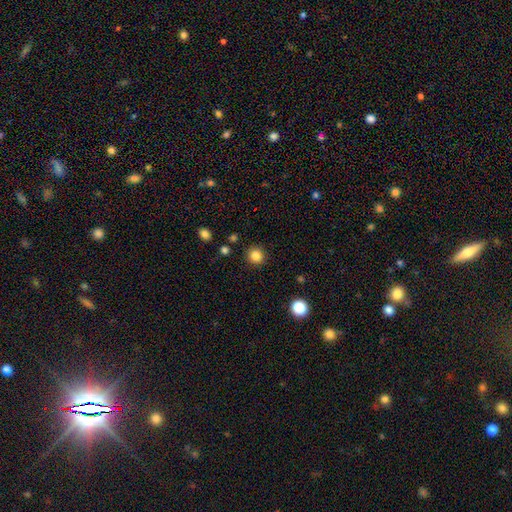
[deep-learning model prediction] This appears to be a smooth galaxy with no disk features (85%) that is round (93%). Merging: none (90%).